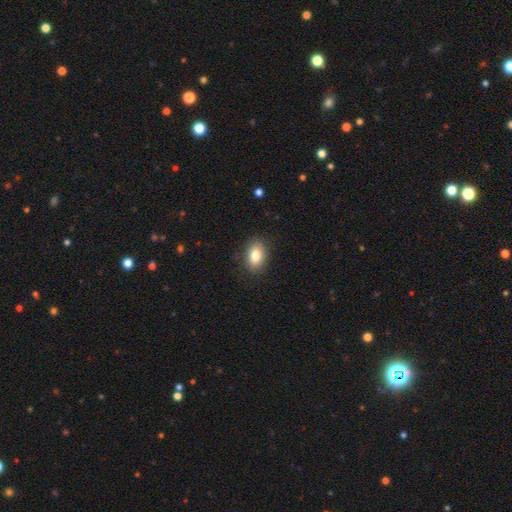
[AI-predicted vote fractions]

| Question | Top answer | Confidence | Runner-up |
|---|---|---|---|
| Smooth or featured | smooth | 82% | featured or disk (10%) |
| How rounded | in between | 85% | round (14%) |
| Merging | none | 86% | minor disturbance (10%) |